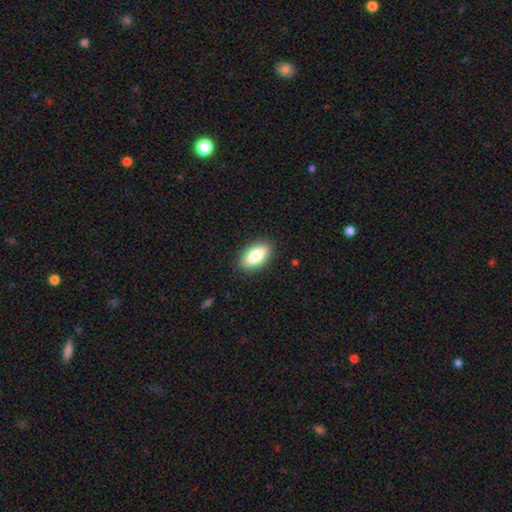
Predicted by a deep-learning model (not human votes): Smooth or featured? Predicted: smooth (p=0.81). How rounded? Predicted: in between (p=0.89). Merging? Predicted: none (p=0.88).